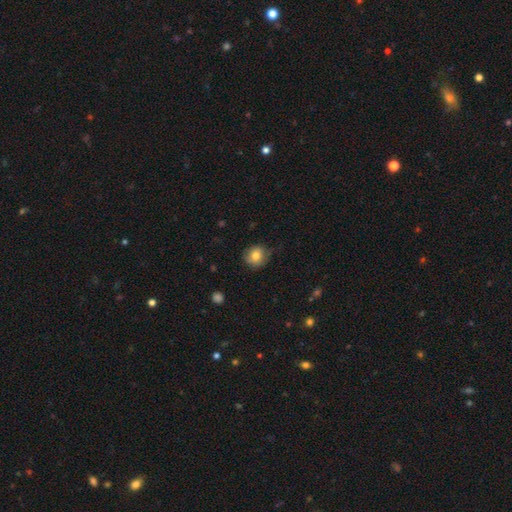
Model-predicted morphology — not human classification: Overall: smooth (80%). How rounded: round (84%). Merging: none (73%).